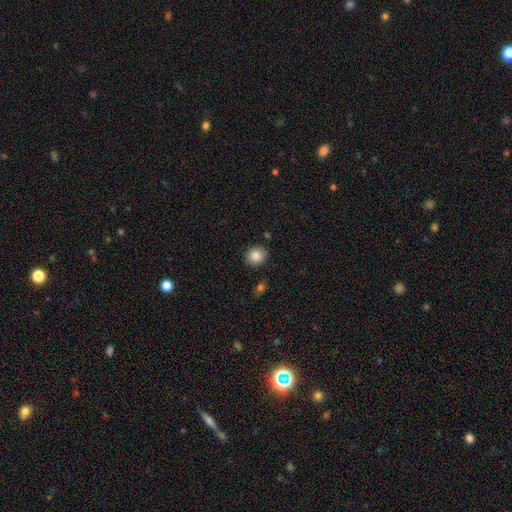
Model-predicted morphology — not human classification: smooth-or-featured: smooth: 85% | star or artifact: 9% | featured or disk: 6%
  how-rounded: round: 79% | in between: 20% | cigar-shaped: 1%
  merging: none: 87% | minor disturbance: 8% | merger: 2% | major disturbance: 2%